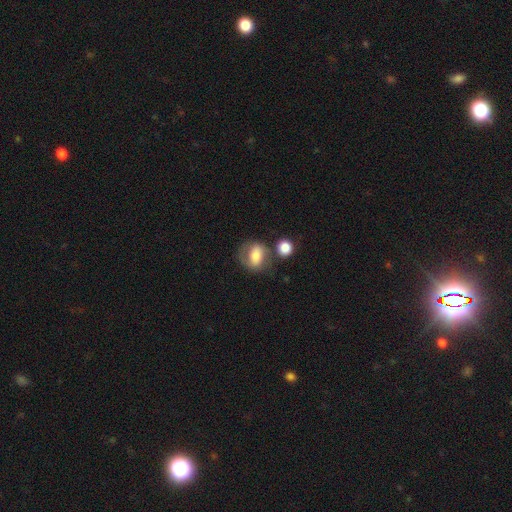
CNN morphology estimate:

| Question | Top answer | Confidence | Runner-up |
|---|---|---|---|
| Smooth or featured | smooth | 62% | featured or disk (30%) |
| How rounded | in between | 50% | round (48%) |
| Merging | none | 52% | minor disturbance (20%) |